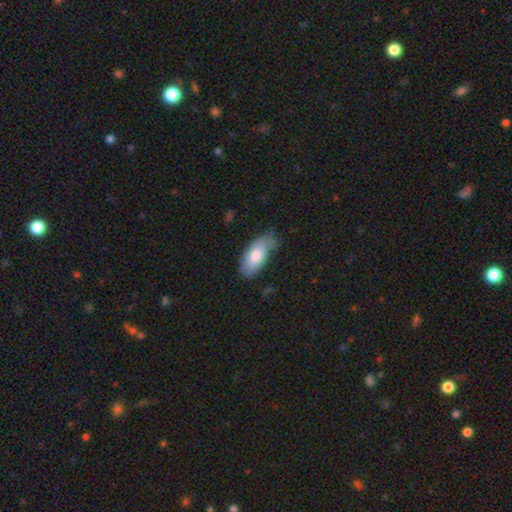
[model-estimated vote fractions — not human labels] smooth 76%, featured or disk 18%, star or artifact 6%. Down the decision tree: how rounded — in between (91%); merging — none (56%).